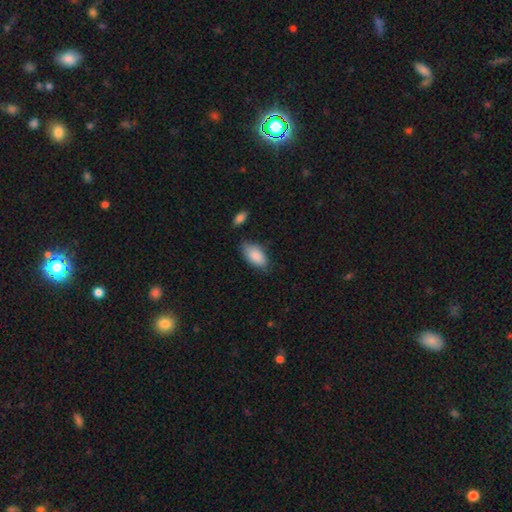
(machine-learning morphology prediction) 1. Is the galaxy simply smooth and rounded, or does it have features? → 88% smooth, 6% featured or disk, 6% star or artifact.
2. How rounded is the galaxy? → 93% in between, 4% cigar-shaped, 3% round.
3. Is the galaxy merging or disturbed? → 69% none, 23% minor disturbance, 5% major disturbance, 3% merger.